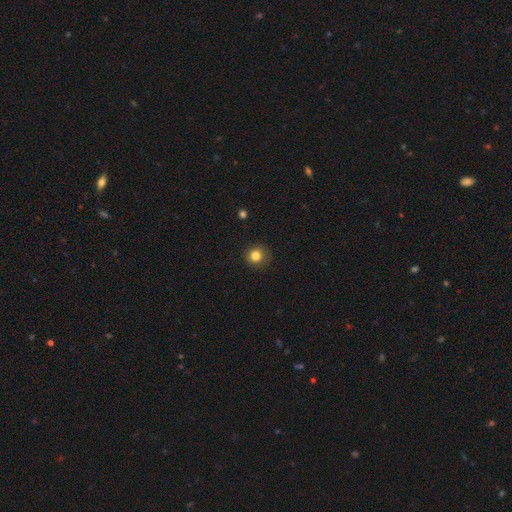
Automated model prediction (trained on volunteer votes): Morphology: type=smooth (83%); roundness=round (91%); merging=none (88%).